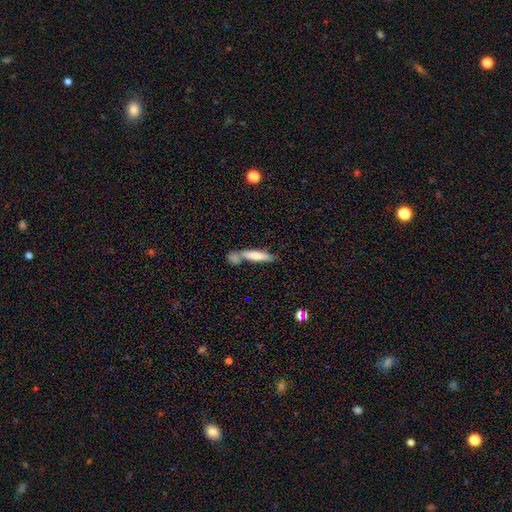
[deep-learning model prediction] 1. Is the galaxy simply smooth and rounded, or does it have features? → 71% smooth, 23% featured or disk, 6% star or artifact.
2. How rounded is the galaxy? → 80% cigar-shaped, 18% in between, 2% round.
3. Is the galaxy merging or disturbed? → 47% none, 37% merger, 12% minor disturbance, 4% major disturbance.